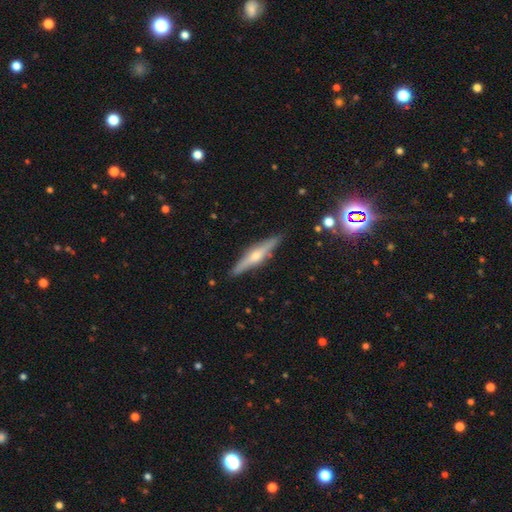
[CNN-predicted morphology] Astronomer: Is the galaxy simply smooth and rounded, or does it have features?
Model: featured or disk — 68%.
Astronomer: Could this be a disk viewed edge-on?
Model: yes — 96%.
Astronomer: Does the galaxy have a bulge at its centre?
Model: rounded — 87%.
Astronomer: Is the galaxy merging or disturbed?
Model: none — 88%.